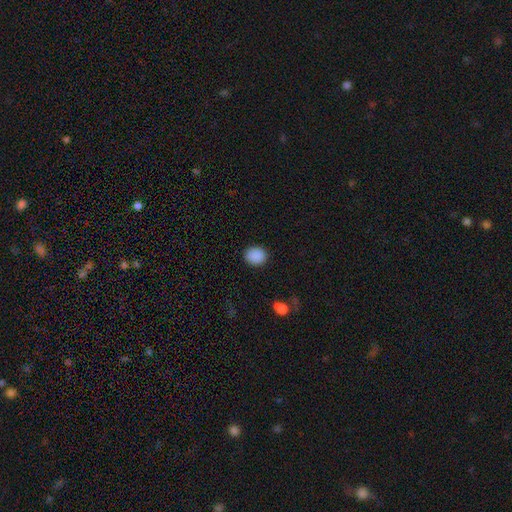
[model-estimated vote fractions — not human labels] A smooth galaxy with no disk features (89%) that is round (59%).

Vote fractions:
- Smooth or featured? smooth: 89% / star or artifact: 9% / featured or disk: 3%
- How rounded? round: 59% / in between: 40% / cigar-shaped: 1%
- Merging? none: 88% / minor disturbance: 8% / major disturbance: 3% / merger: 1%